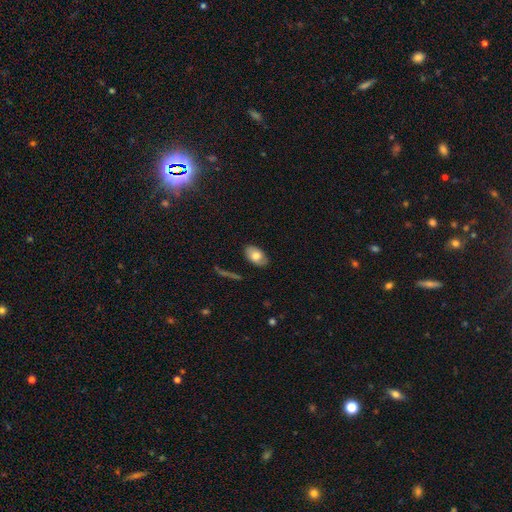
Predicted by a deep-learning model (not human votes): Smooth or featured?
  - smooth: 75% *
  - featured or disk: 18%
  - star or artifact: 7%
How rounded?
  - in between: 92% *
  - round: 6%
  - cigar-shaped: 2%
Merging?
  - none: 82% *
  - minor disturbance: 14%
  - major disturbance: 3%
  - merger: 1%